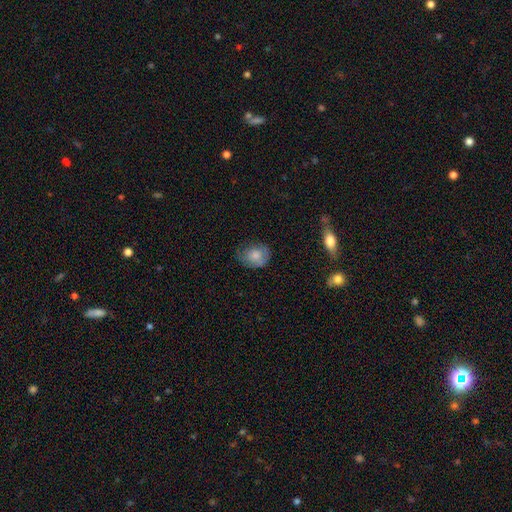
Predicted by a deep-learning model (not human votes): Smooth or featured? smooth (74%)
How rounded? in between (51%)
Merging? none (55%)